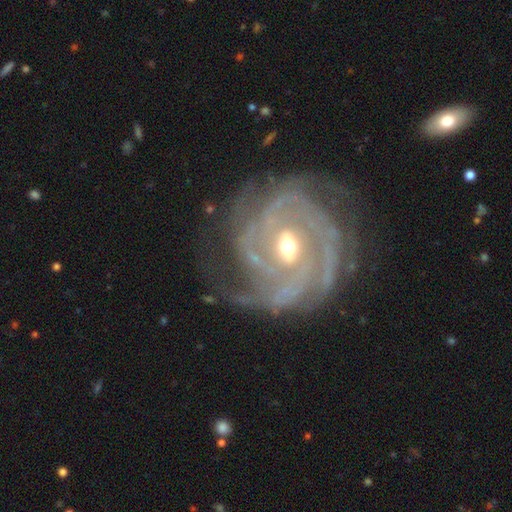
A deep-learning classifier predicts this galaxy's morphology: A featured or disk galaxy (91%) with a weak bar (39%, tied with no), 3 (29%) tight (71%) spiral arms (98%) and a moderate central bulge (63%).

Vote fractions:
- Smooth or featured? featured or disk: 91% / star or artifact: 5% / smooth: 4%
- Edge-on disk? no: 97% / yes: 3%
- Bar? weak: 39% (tied) / no: 39% (tied) / strong: 22%
- Spiral arms? yes: 98% / no: 2%
- Spiral winding? tight: 71% / medium: 25% / loose: 4%
- Spiral arm count? 3: 29% / 4: 19% / can't tell: 19% / 2: 16% / more than 4: 9% / 1: 7%
- Bulge size? moderate: 63% / small: 32% / large: 3% / none: 1% / dominant: 1%
- Merging? none: 72% / minor disturbance: 18% / major disturbance: 9% / merger: 2%